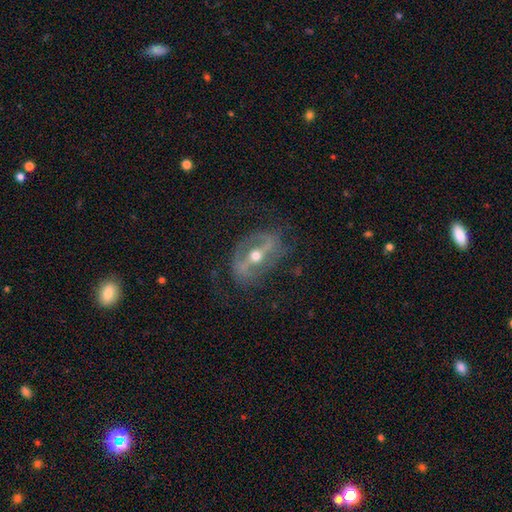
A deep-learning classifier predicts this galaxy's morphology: Smooth or featured? featured or disk (84%)
Edge-on disk? no (89%)
Bar? strong (65%)
Spiral arms? yes (72%)
Spiral winding? medium (42%)
Spiral arm count? 2 (83%)
Bulge size? moderate (69%)
Merging? none (69%)